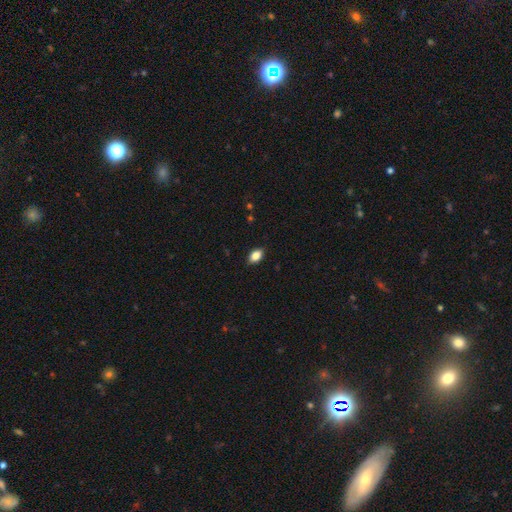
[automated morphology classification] Q: Smooth or featured?
A: smooth (84%); runner-up: star or artifact (8%)
Q: How rounded?
A: in between (88%); runner-up: round (10%)
Q: Merging?
A: none (87%); runner-up: minor disturbance (10%)